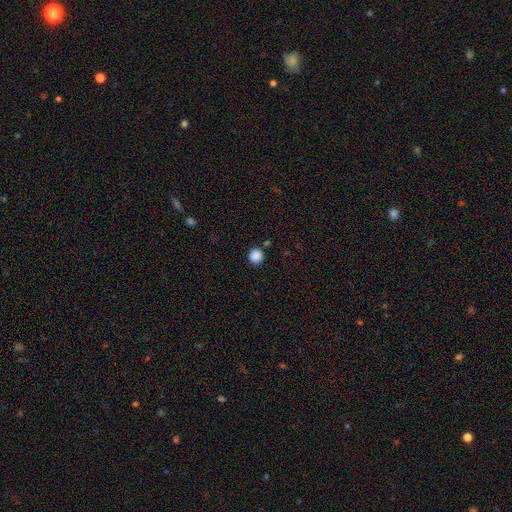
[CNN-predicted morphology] smooth-or-featured: smooth: 87% | star or artifact: 11% | featured or disk: 3%
  how-rounded: round: 95% | in between: 4% | cigar-shaped: 1%
  merging: none: 88% | minor disturbance: 6% | merger: 3% | major disturbance: 2%